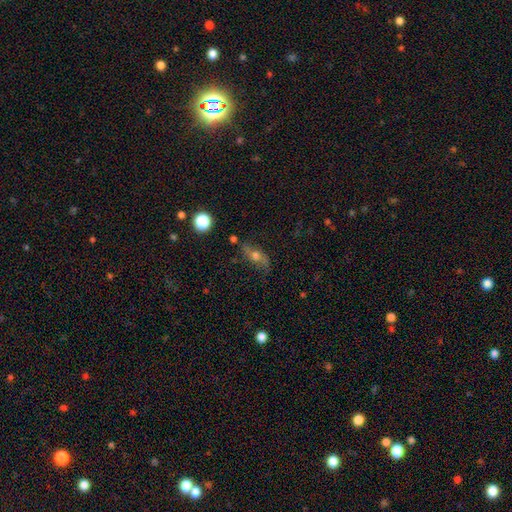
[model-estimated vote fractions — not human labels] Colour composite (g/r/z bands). It shows a featured or disk galaxy (46%). Merging: none (72%).